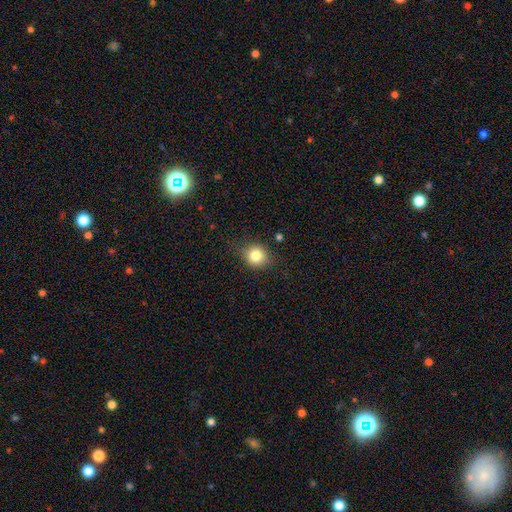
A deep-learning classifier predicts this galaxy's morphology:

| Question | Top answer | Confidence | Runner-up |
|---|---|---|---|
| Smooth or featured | smooth | 82% | star or artifact (11%) |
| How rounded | round | 81% | in between (18%) |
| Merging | none | 82% | minor disturbance (13%) |